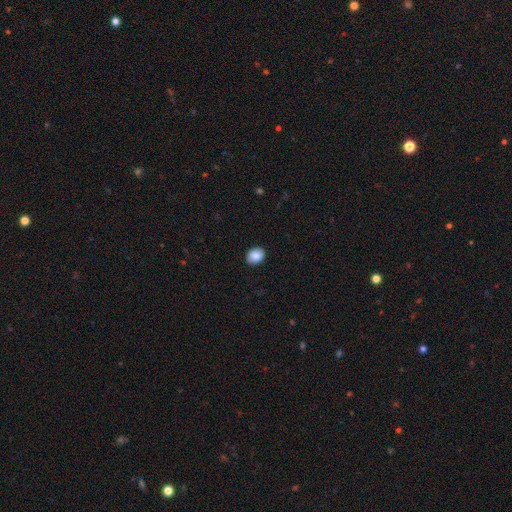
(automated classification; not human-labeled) Overall: smooth (87%). How rounded: in between (58%; round 41%). Merging: none (90%).